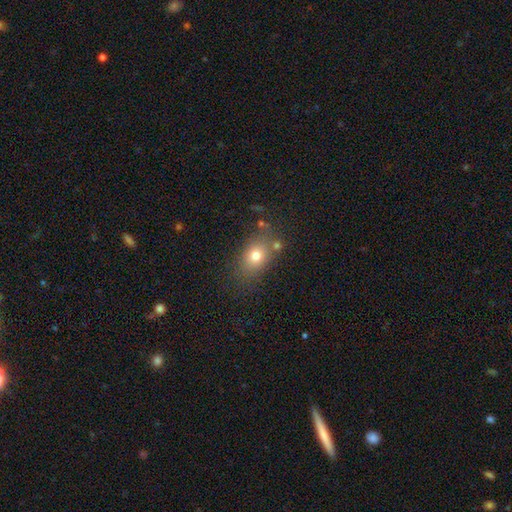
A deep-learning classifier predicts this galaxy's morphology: The model was most divided on "how rounded": in between: 69%, round: 29%, cigar-shaped: 2%. More confident: smooth or featured — smooth (75%); merging — none (73%).